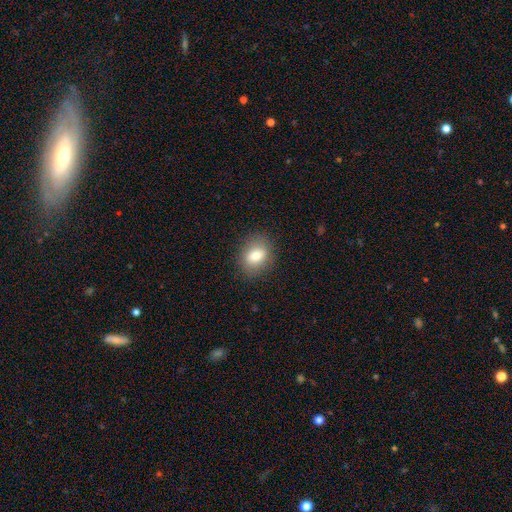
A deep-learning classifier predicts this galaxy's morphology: This is likely a smooth galaxy (78%). How rounded: likely in between (64%). Merging: clearly none (84%).